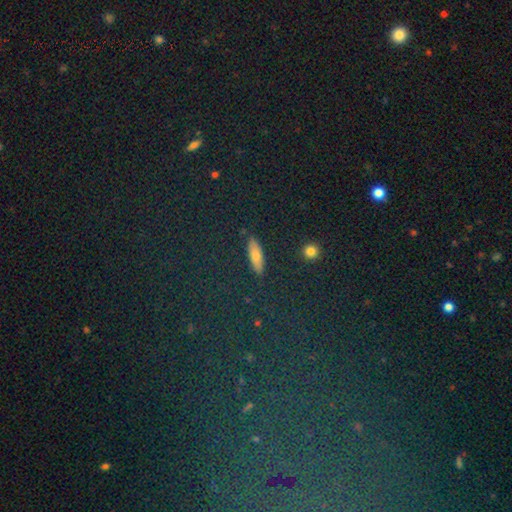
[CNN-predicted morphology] type=smooth (68%); roundness=in between (48%); merging=none (88%).